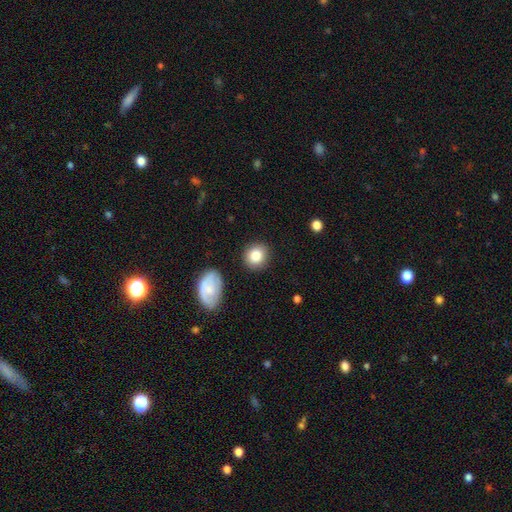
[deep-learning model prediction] Smooth or featured? Predicted: smooth (p=0.83). How rounded? Predicted: round (p=0.81). Merging? Predicted: none (p=0.85).